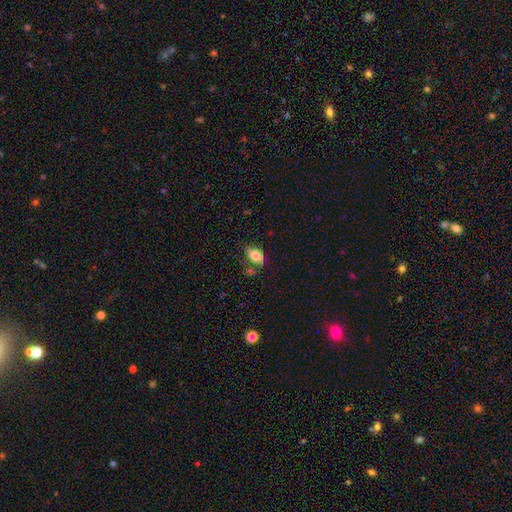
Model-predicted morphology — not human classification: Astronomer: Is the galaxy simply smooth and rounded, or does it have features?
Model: smooth — 81%.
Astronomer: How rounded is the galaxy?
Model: in between — 89%.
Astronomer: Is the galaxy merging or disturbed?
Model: none — 63%.